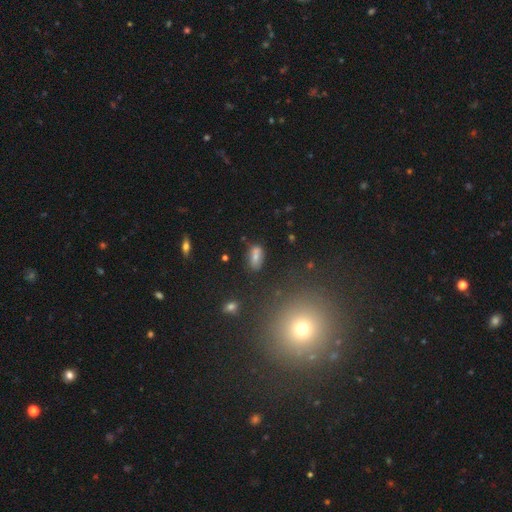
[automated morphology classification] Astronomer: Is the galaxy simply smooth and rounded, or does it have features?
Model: smooth — 68%.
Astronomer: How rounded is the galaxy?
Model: in between — 84%.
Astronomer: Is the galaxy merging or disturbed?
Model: none — 66%.